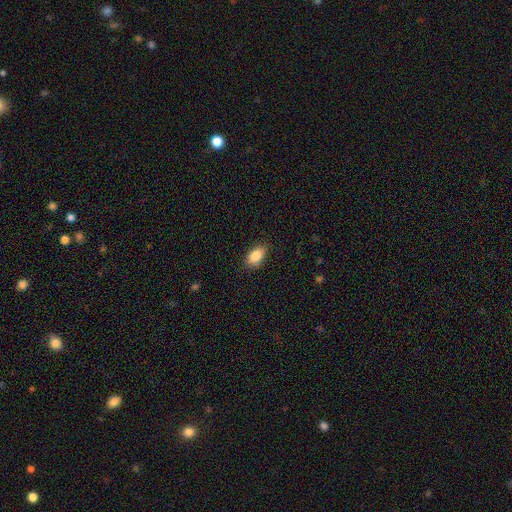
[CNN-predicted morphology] Overall: smooth (87%). How rounded: in between (91%). Merging: none (85%).